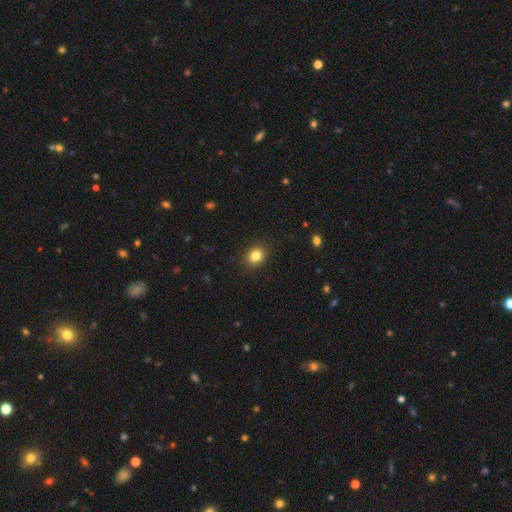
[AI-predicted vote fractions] This appears to be a smooth galaxy with no disk features (84%) that is round (62%). Merging: none (90%).